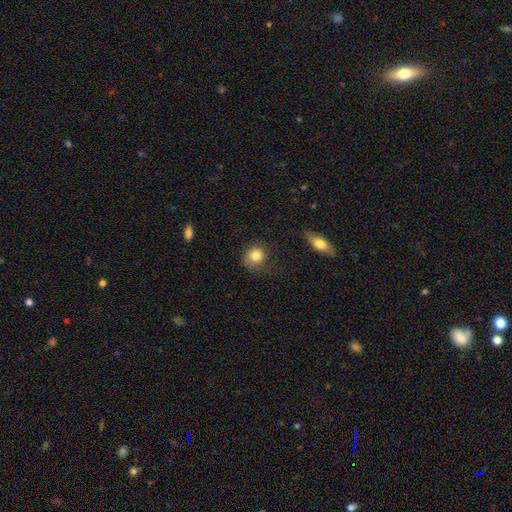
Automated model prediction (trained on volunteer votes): Smooth or featured?
  - smooth: 82% *
  - star or artifact: 9%
  - featured or disk: 9%
How rounded?
  - round: 86% *
  - in between: 13%
  - cigar-shaped: 1%
Merging?
  - none: 65% *
  - minor disturbance: 22%
  - major disturbance: 11%
  - merger: 2%